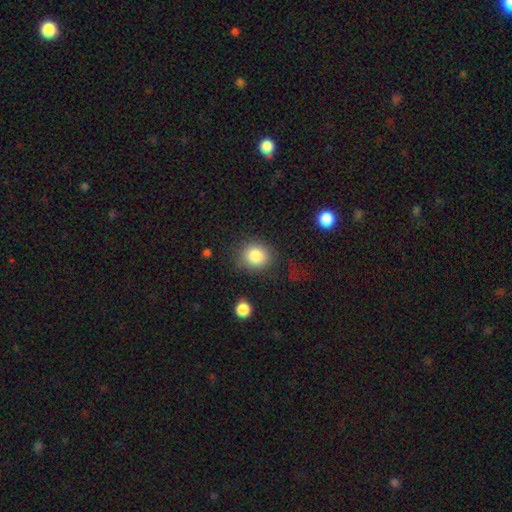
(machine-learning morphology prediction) Smooth or featured?
  - smooth: 84% *
  - star or artifact: 9%
  - featured or disk: 7%
How rounded?
  - round: 78% *
  - in between: 21%
  - cigar-shaped: 1%
Merging?
  - none: 76% *
  - minor disturbance: 14%
  - major disturbance: 8%
  - merger: 3%